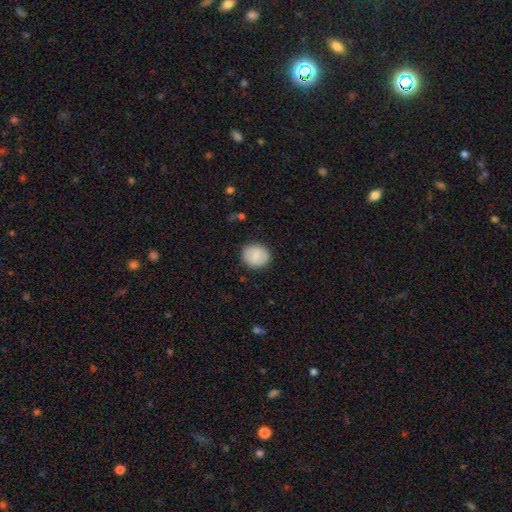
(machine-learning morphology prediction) Smooth or featured? Predicted: smooth (p=0.82). How rounded? Predicted: round (p=0.76). Merging? Predicted: none (p=0.88).